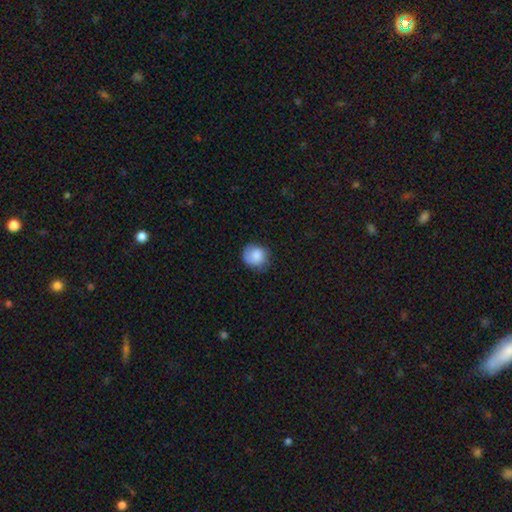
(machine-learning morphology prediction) The model was most divided on "merging": none: 70%, minor disturbance: 21%, major disturbance: 8%, merger: 1%. More confident: how rounded — round (79%); smooth or featured — smooth (74%).